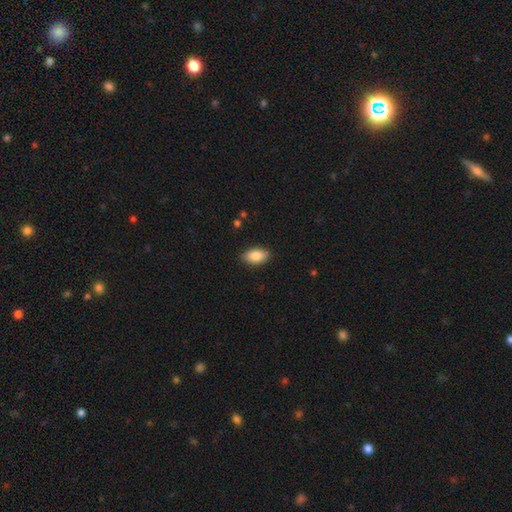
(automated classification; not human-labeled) Smooth or featured? smooth (87%)
How rounded? in between (92%)
Merging? none (86%)